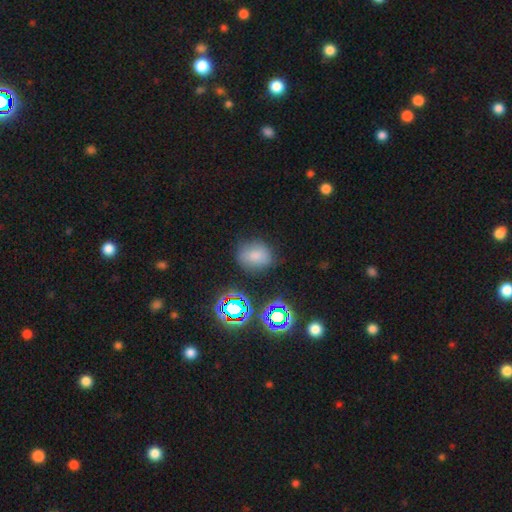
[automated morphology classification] smooth_or_featured: smooth (p=0.73) [alt: star or artifact p=0.18]
how_rounded: in between (p=0.54) [alt: round p=0.45]
merging: none (p=0.74) [alt: minor disturbance p=0.17]